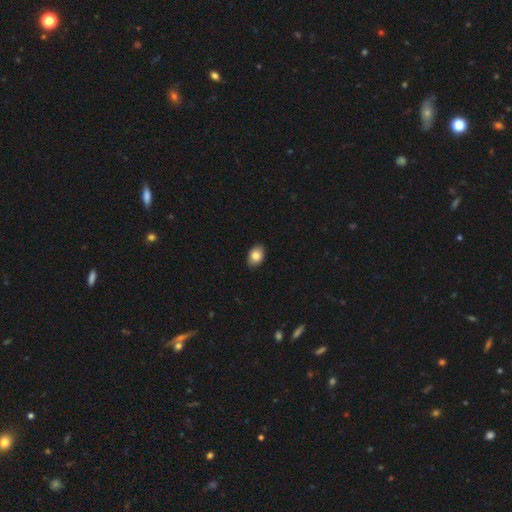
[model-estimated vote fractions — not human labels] A smooth galaxy with no disk features (84%) that is in between round and cigar-shaped (81%). Merging: none (88%).